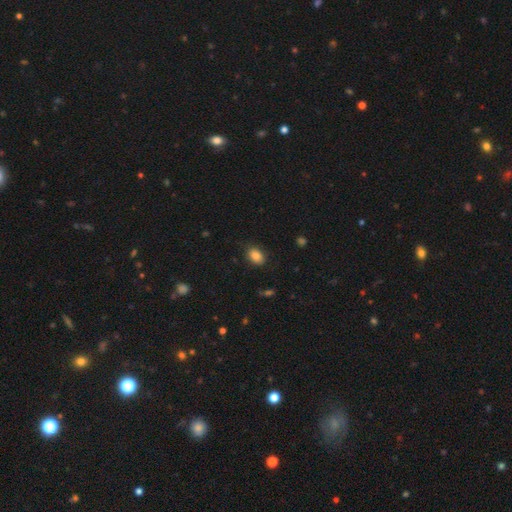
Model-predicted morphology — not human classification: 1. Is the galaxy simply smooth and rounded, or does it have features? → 86% smooth, 9% star or artifact, 6% featured or disk.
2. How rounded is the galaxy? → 78% in between, 21% round, 1% cigar-shaped.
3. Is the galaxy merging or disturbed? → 84% none, 12% minor disturbance, 3% major disturbance, 1% merger.